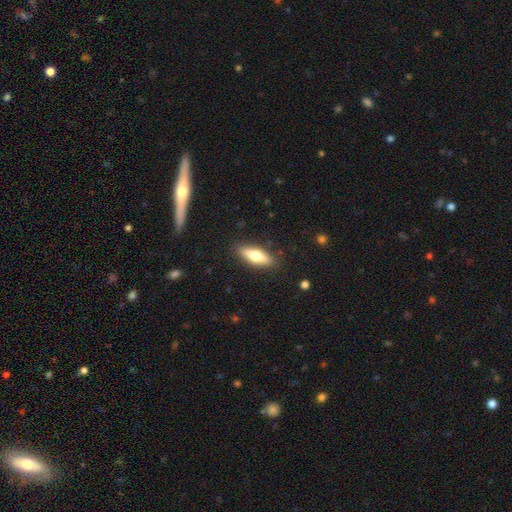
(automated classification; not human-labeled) smooth 62%, featured or disk 32%, star or artifact 6%. Down the decision tree: how rounded — in between (51%); merging — none (87%).